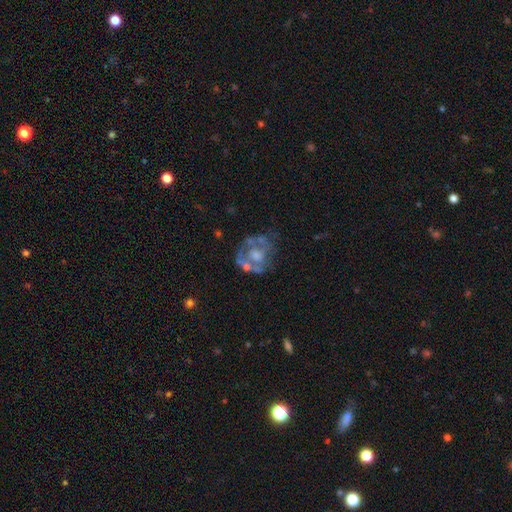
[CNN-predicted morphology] Smooth or featured: featured or disk — 65% (smooth — 26%)
Edge-on disk: no — 98% (yes — 2%)
Bar: no — 85% (weak — 12%)
Spiral arms: no — 81% (yes — 19%)
Bulge size: moderate — 48% (none — 21%)
Merging: none — 43% (major disturbance — 22%)